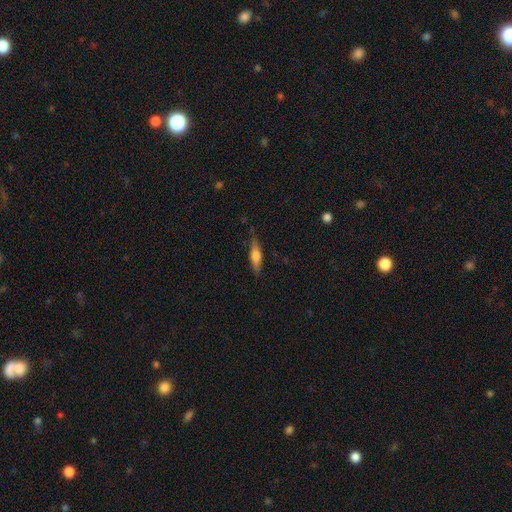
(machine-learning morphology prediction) Smooth or featured? Predicted: smooth (p=0.61). How rounded? Predicted: cigar-shaped (p=0.61). Merging? Predicted: none (p=0.78).